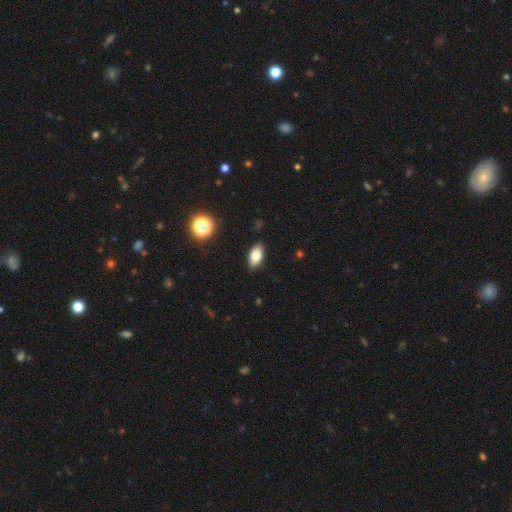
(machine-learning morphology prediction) Smooth or featured? smooth (77%)
How rounded? in between (90%)
Merging? none (88%)